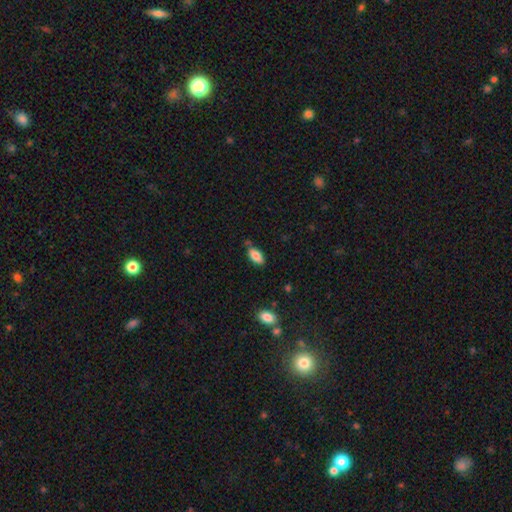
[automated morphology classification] Smooth or featured? smooth (84%)
How rounded? in between (92%)
Merging? none (75%)